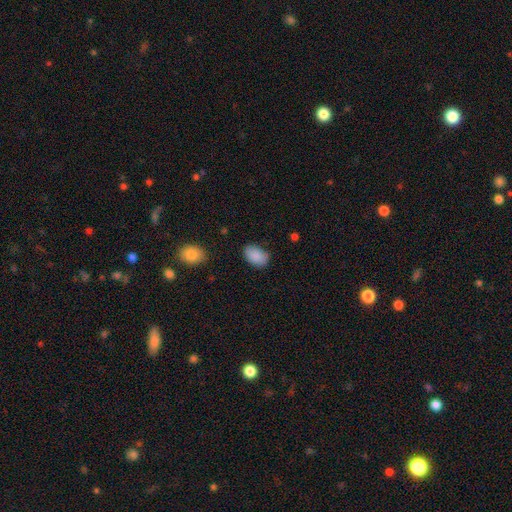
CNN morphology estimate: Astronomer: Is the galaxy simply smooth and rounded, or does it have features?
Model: smooth — 89%.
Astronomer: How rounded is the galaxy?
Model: in between — 91%.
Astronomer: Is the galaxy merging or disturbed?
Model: none — 81%.